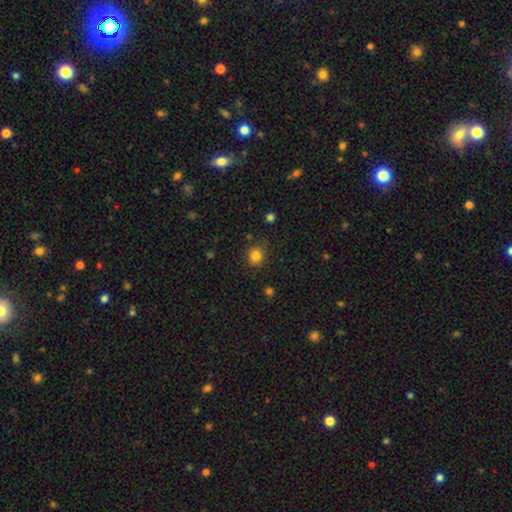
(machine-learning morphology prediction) This appears to be a smooth galaxy with no disk features (83%) that is round (77%). Merging: none (83%).